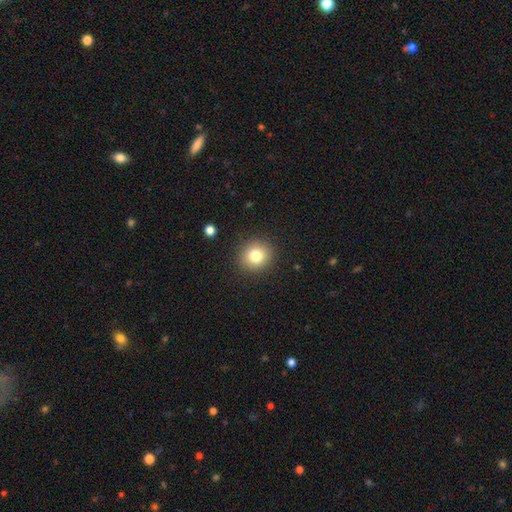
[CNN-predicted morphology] smooth_or_featured: smooth (p=0.80) [alt: star or artifact p=0.11]
how_rounded: round (p=0.88) [alt: in between p=0.11]
merging: none (p=0.90) [alt: minor disturbance p=0.07]